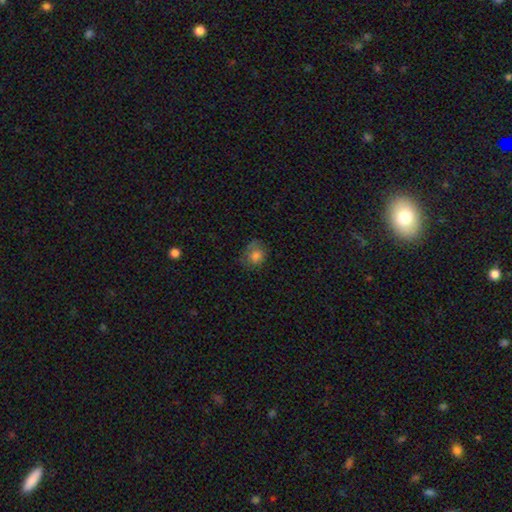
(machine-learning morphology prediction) This is likely a smooth galaxy (78%). How rounded: likely round (68%). Merging: likely none (61%).